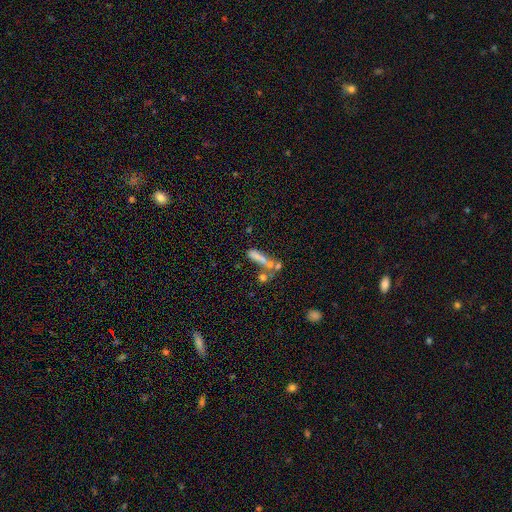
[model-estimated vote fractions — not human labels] Smooth or featured? smooth (54%)
How rounded? cigar-shaped (58%)
Merging? merger (42%)